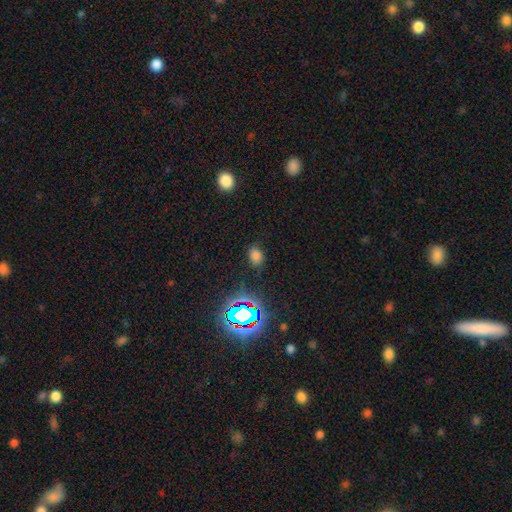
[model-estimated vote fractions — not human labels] This is likely a smooth galaxy (67%). How rounded: likely in between (71%). Merging: likely none (76%).